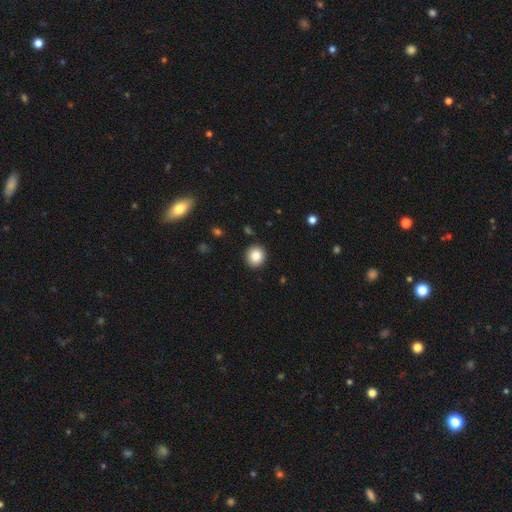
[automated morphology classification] Smooth or featured? smooth (85%)
How rounded? round (88%)
Merging? none (91%)